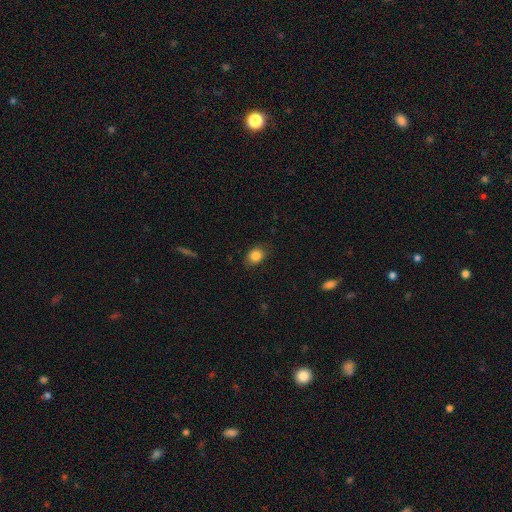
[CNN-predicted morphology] A smooth galaxy with no disk features (84%) that is in between round and cigar-shaped (60%).

Vote fractions:
- Smooth or featured? smooth: 84% / star or artifact: 9% / featured or disk: 7%
- How rounded? in between: 60% / round: 38% / cigar-shaped: 1%
- Merging? none: 80% / minor disturbance: 16% / major disturbance: 3% / merger: 1%